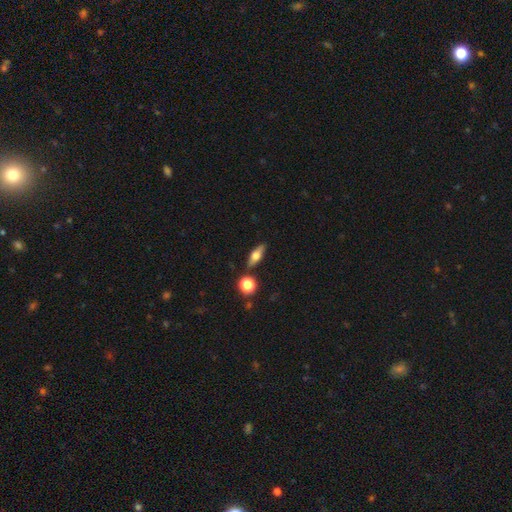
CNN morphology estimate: This is possibly a smooth galaxy (52%). How rounded: possibly in between (58%). Merging: clearly none (83%).